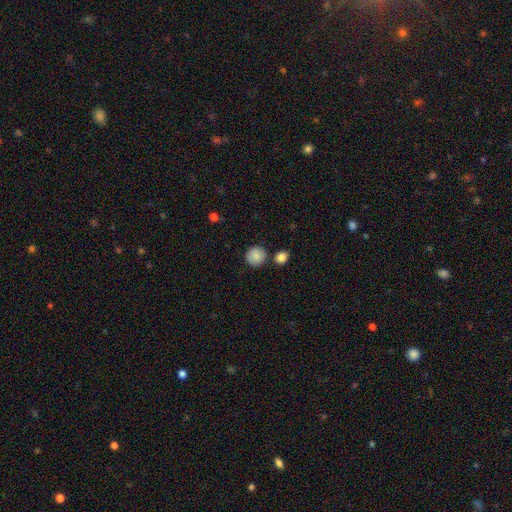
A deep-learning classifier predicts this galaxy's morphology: This is clearly a smooth galaxy (86%). How rounded: clearly round (91%). Merging: clearly none (80%).